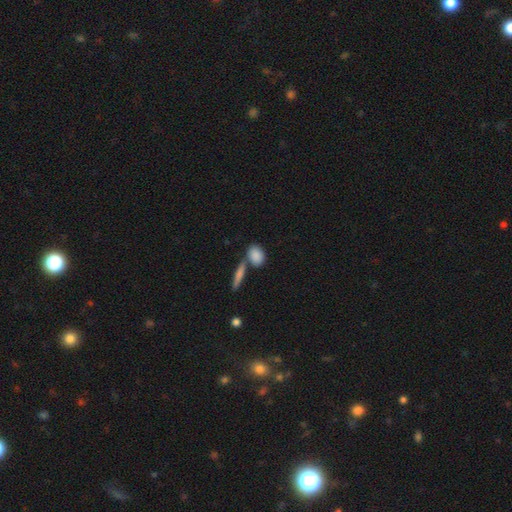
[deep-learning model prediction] smooth_or_featured: smooth (p=0.85) [alt: featured or disk p=0.09]
how_rounded: in between (p=0.69) [alt: round p=0.24]
merging: none (p=0.59) [alt: merger p=0.25]